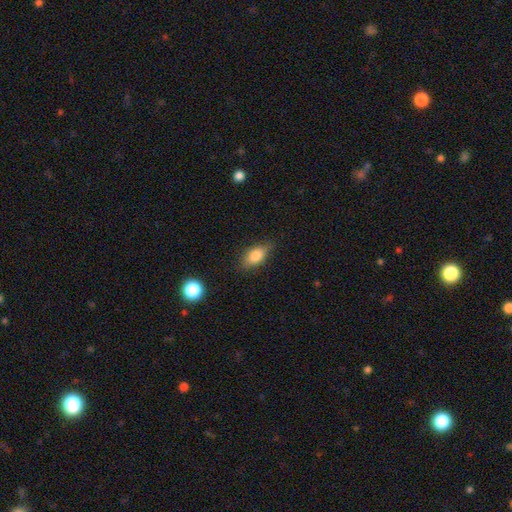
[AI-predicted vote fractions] Q: Smooth or featured?
A: smooth (80%); runner-up: featured or disk (12%)
Q: How rounded?
A: in between (85%); runner-up: round (8%)
Q: Merging?
A: none (77%); runner-up: minor disturbance (18%)